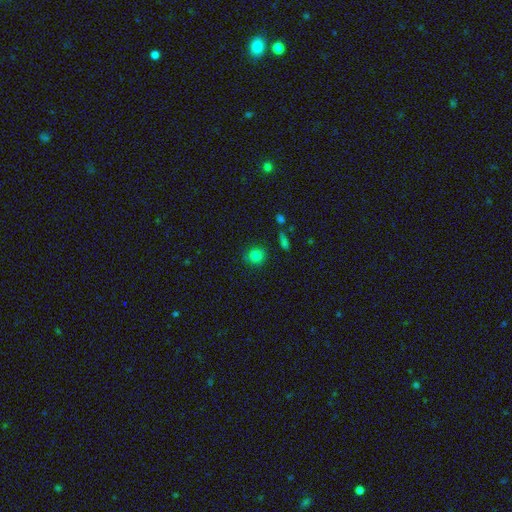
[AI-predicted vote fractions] This is clearly a smooth galaxy (81%). How rounded: clearly round (90%). Merging: clearly none (84%).